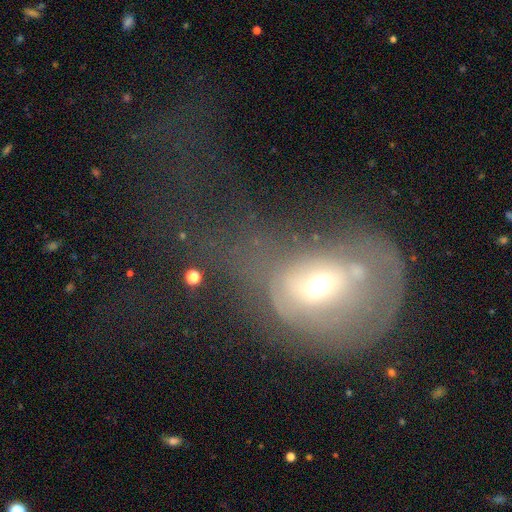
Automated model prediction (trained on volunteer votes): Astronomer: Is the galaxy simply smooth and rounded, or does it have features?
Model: featured or disk — 43% (runner-up: smooth, 42%).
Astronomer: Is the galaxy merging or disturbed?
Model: major disturbance — 60%.